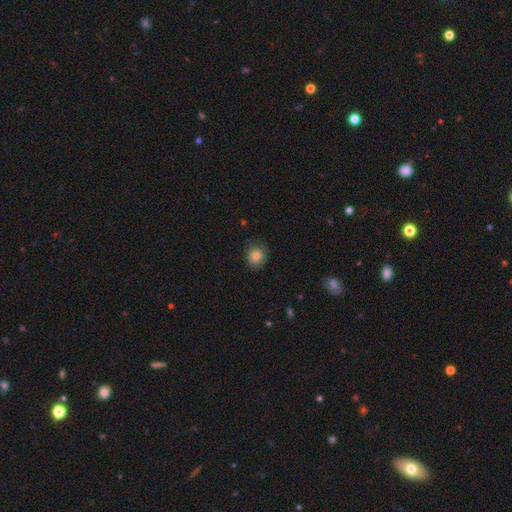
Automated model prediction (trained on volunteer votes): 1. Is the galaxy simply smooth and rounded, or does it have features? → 83% smooth, 10% star or artifact, 7% featured or disk.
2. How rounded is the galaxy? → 85% round, 14% in between, 1% cigar-shaped.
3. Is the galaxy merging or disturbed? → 85% none, 12% minor disturbance, 3% major disturbance, 1% merger.